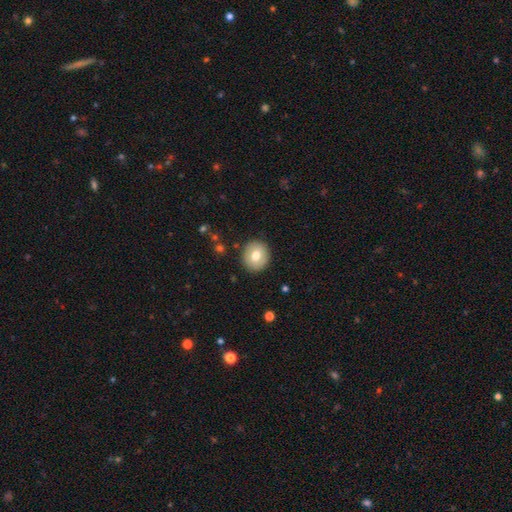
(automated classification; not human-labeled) smooth_or_featured: smooth (p=0.71) [alt: featured or disk p=0.21]
how_rounded: round (p=0.84) [alt: in between p=0.15]
merging: none (p=0.89) [alt: minor disturbance p=0.07]